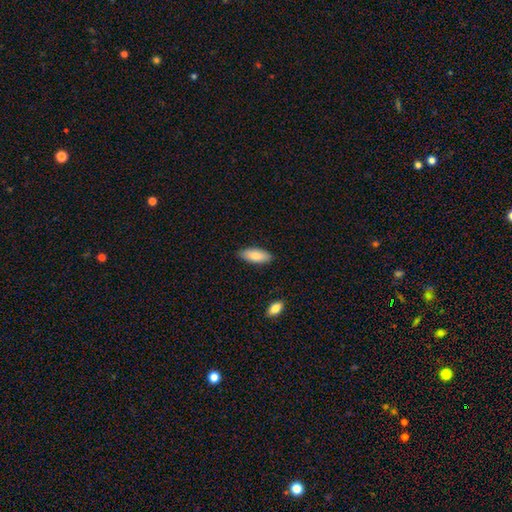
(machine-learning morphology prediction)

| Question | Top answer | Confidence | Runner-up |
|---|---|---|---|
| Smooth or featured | smooth | 84% | featured or disk (10%) |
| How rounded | in between | 80% | cigar-shaped (18%) |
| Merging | none | 88% | minor disturbance (9%) |